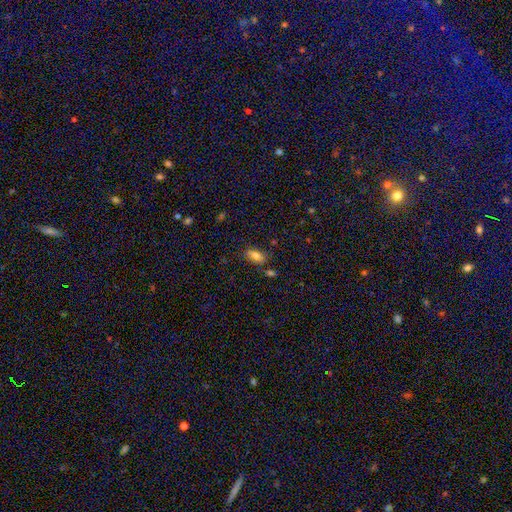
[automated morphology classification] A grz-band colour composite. It shows a smooth galaxy with no disk features (78%) that is in between round and cigar-shaped (87%). Merging: none (70%).